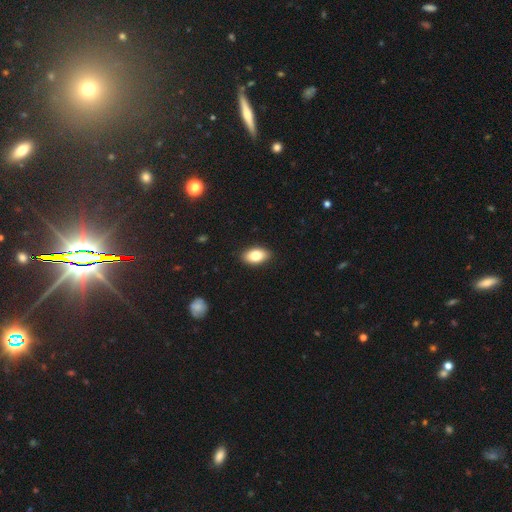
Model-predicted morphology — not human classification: Smooth or featured: smooth — 82% (featured or disk — 11%)
How rounded: in between — 92% (round — 6%)
Merging: none — 89% (minor disturbance — 8%)